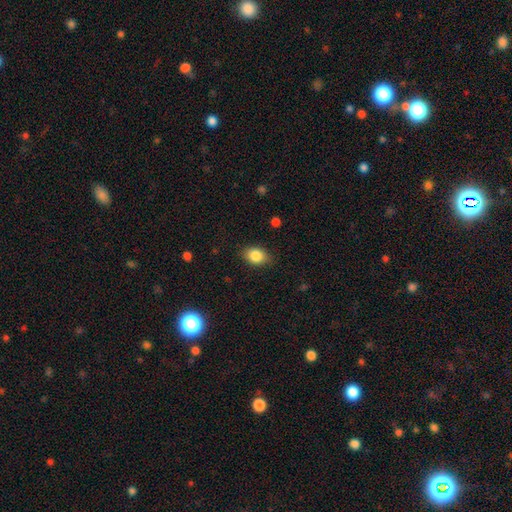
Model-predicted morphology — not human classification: smooth 85%, star or artifact 9%, featured or disk 6%. Down the decision tree: how rounded — in between (66%); merging — none (82%).